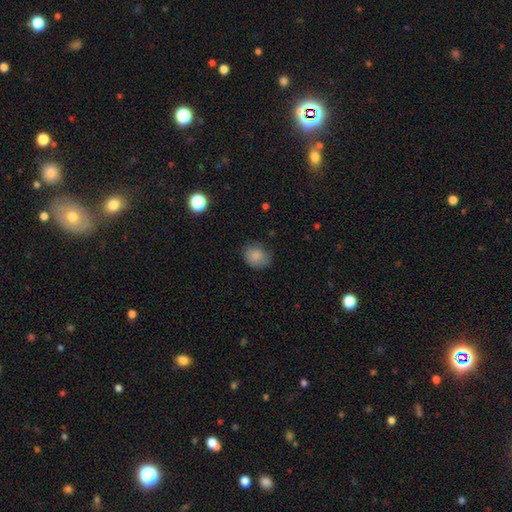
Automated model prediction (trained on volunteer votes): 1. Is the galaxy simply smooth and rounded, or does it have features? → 84% smooth, 9% star or artifact, 6% featured or disk.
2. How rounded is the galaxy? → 59% round, 40% in between, 1% cigar-shaped.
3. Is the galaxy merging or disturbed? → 71% none, 22% minor disturbance, 5% major disturbance, 1% merger.